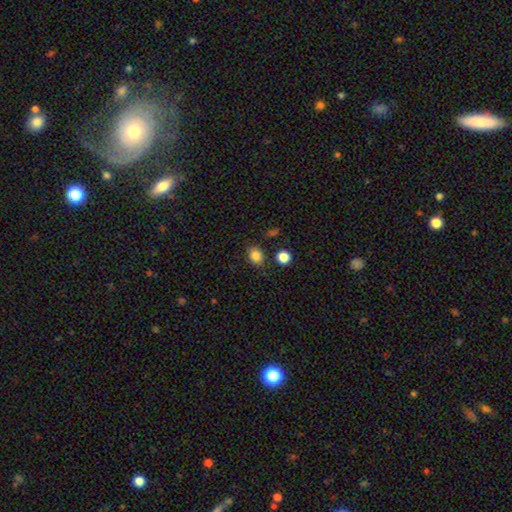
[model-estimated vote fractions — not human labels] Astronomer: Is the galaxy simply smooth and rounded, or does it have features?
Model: smooth — 85%.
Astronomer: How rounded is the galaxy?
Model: in between — 50% (runner-up: round, 49%).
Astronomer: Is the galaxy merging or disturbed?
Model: none — 82%.